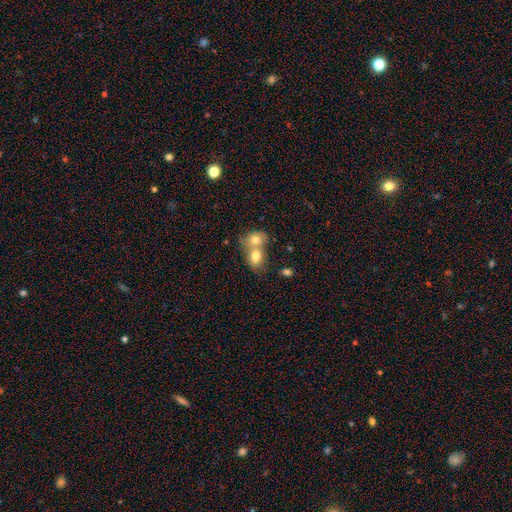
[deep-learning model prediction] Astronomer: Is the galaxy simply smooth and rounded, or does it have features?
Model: smooth — 77%.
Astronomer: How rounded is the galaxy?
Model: in between — 64%.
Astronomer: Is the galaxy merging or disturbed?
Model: merger — 69%.